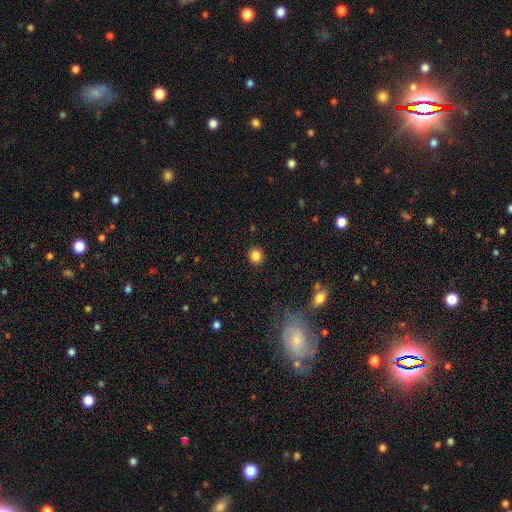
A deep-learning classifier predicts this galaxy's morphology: smooth 84%, star or artifact 11%, featured or disk 4%. Down the decision tree: how rounded — round (85%); merging — none (91%).